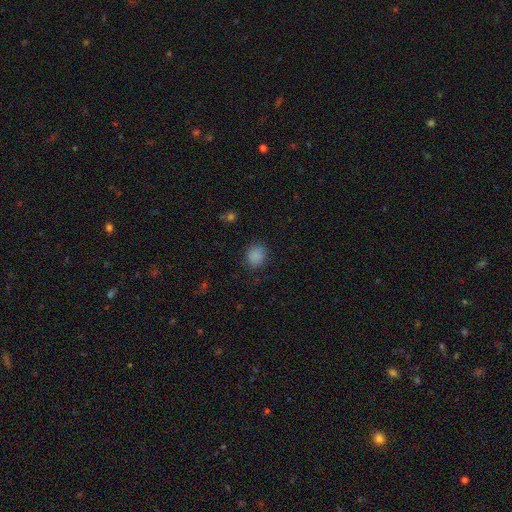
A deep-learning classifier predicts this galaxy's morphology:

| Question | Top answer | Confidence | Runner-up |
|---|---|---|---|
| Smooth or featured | smooth | 86% | star or artifact (11%) |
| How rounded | round | 74% | in between (25%) |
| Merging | none | 82% | minor disturbance (13%) |